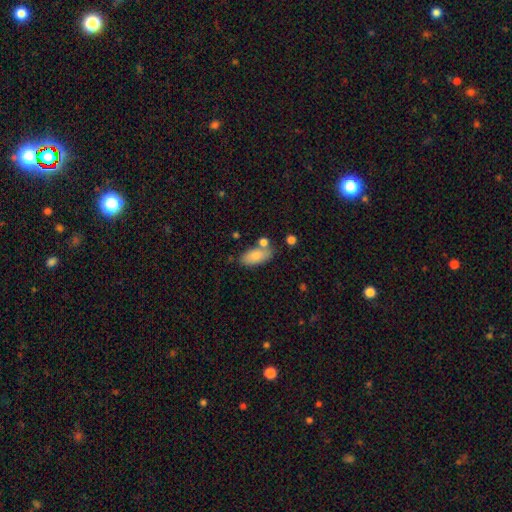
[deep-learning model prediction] Morphology: type=smooth (79%); roundness=in between (90%); merging=none (66%).